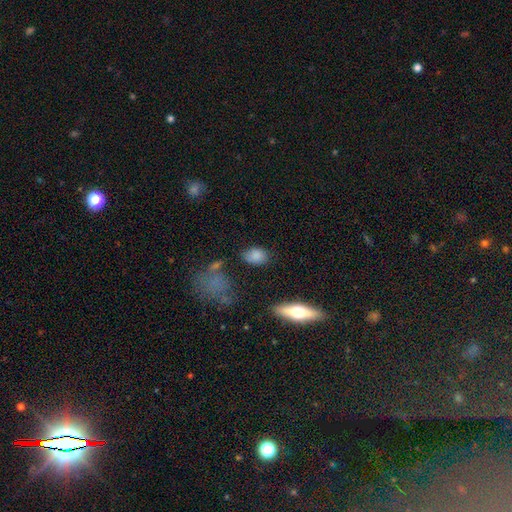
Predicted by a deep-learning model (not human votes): A smooth galaxy with no disk features (82%) that is in between round and cigar-shaped (80%).

Vote fractions:
- Smooth or featured? smooth: 82% / star or artifact: 9% / featured or disk: 9%
- How rounded? in between: 80% / round: 18% / cigar-shaped: 2%
- Merging? none: 70% / minor disturbance: 20% / major disturbance: 6% / merger: 5%